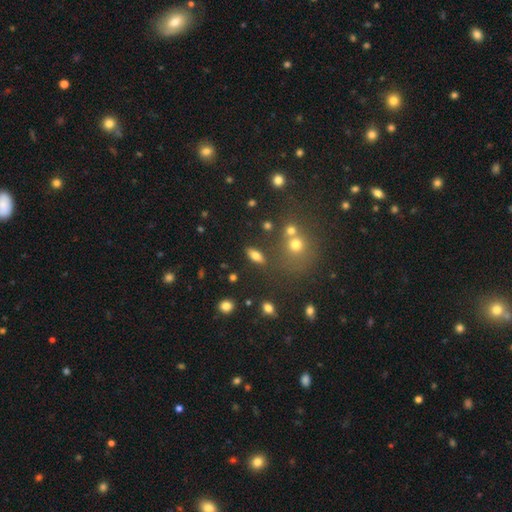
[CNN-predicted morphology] Smooth or featured?
  - smooth: 72% *
  - featured or disk: 16%
  - star or artifact: 12%
How rounded?
  - in between: 80% *
  - cigar-shaped: 14%
  - round: 6%
Merging?
  - none: 79% *
  - minor disturbance: 11%
  - merger: 6%
  - major disturbance: 4%